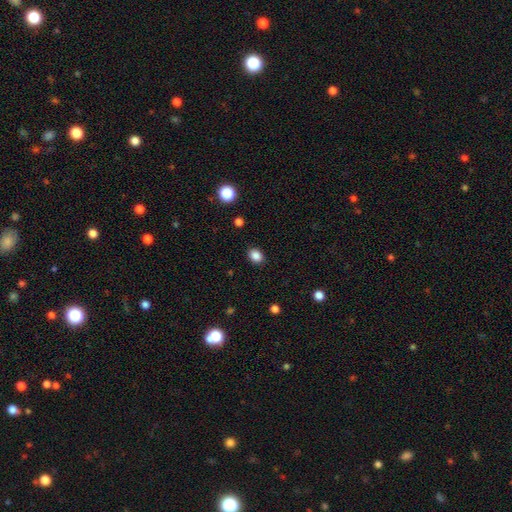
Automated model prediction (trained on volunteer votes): Smooth or featured: smooth — 86% (star or artifact — 10%)
How rounded: in between — 58% (round — 41%)
Merging: none — 89% (minor disturbance — 8%)